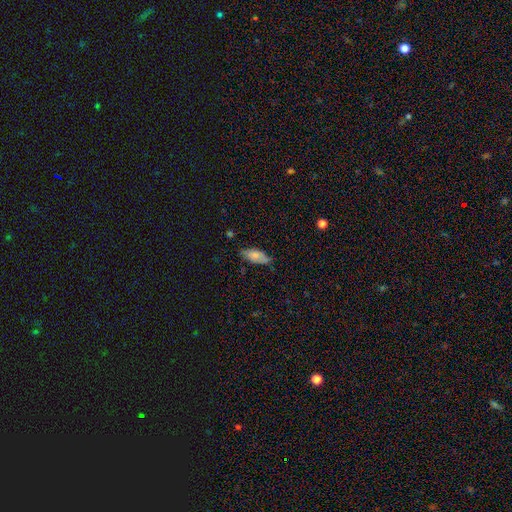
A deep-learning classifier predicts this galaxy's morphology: This appears to be a smooth galaxy with no disk features (79%) that is in between round and cigar-shaped (84%). Merging: none (67%).